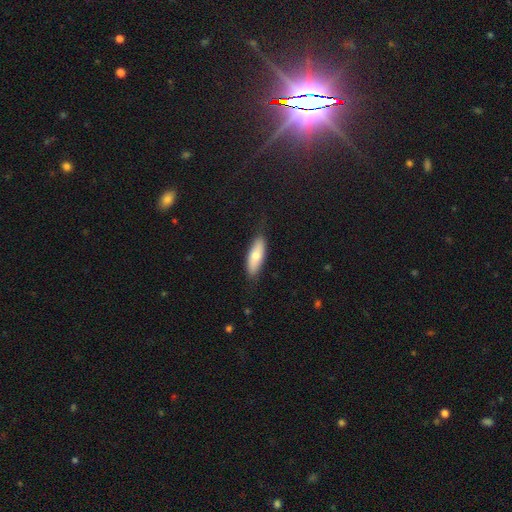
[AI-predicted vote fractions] smooth 71%, featured or disk 23%, star or artifact 6%. Down the decision tree: how rounded — in between (61%); merging — none (81%).